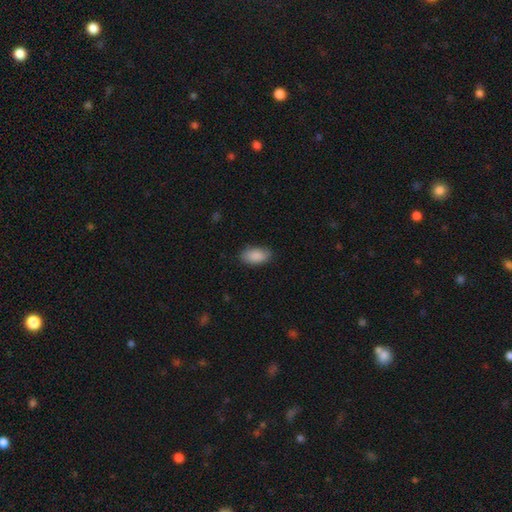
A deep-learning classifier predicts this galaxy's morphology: Smooth or featured?
  - smooth: 90% *
  - star or artifact: 6%
  - featured or disk: 4%
How rounded?
  - in between: 94% *
  - round: 3%
  - cigar-shaped: 3%
Merging?
  - none: 84% *
  - minor disturbance: 12%
  - major disturbance: 3%
  - merger: 1%